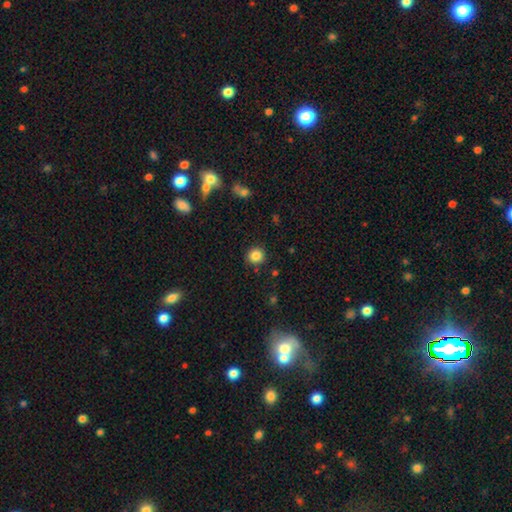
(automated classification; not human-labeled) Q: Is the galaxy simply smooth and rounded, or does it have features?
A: smooth — 85%.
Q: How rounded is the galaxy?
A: round — 91%.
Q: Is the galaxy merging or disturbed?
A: none — 88%.